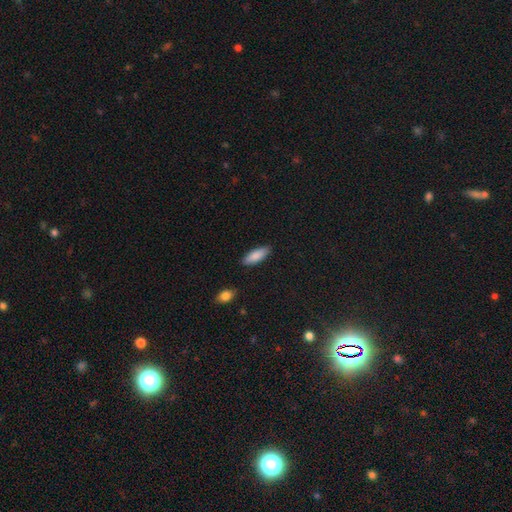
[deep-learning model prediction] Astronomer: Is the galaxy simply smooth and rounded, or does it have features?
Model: smooth — 87%.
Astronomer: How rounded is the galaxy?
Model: in between — 69%.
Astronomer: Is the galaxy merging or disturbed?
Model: none — 87%.